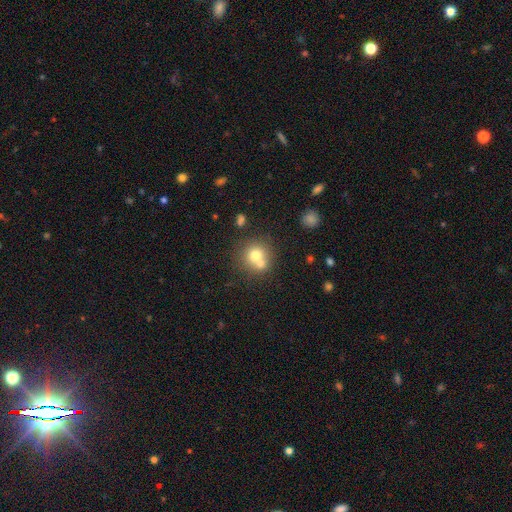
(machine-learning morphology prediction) Smooth or featured: smooth — 70% (featured or disk — 18%)
How rounded: round — 88% (in between — 12%)
Merging: none — 46% (merger — 42%)